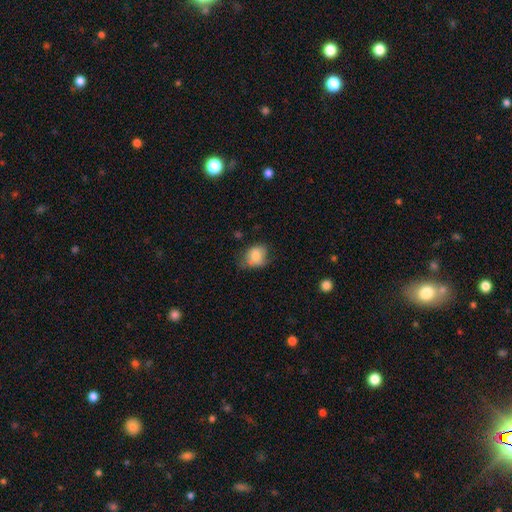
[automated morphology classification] A smooth galaxy with no disk features (78%) that is in between round and cigar-shaped (50%). Merging: none (53%).